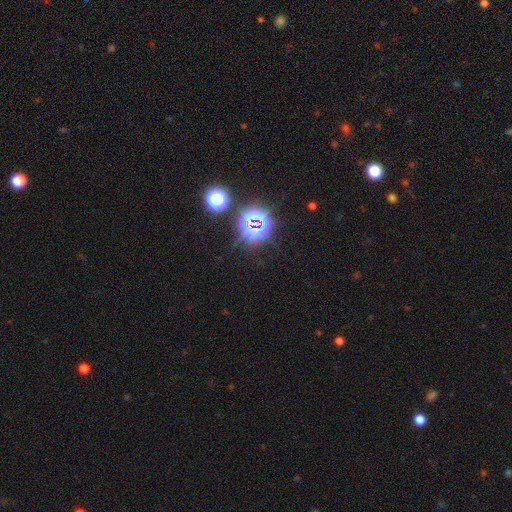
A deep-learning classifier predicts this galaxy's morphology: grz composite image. It shows a star or artifact, not a galaxy (76%).